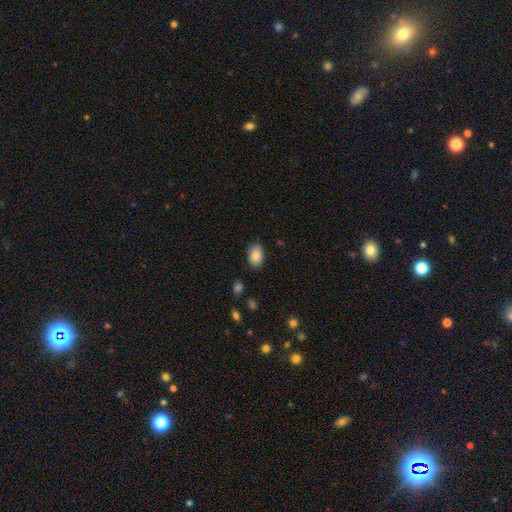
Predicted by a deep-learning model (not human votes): smooth 86%, star or artifact 7%, featured or disk 7%. Down the decision tree: how rounded — in between (85%); merging — none (85%).